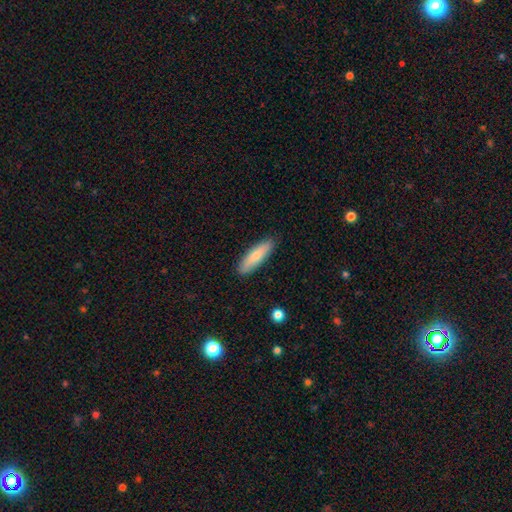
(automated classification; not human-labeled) Q: Smooth or featured?
A: smooth (76%); runner-up: featured or disk (18%)
Q: How rounded?
A: cigar-shaped (66%); runner-up: in between (33%)
Q: Merging?
A: none (88%); runner-up: minor disturbance (9%)